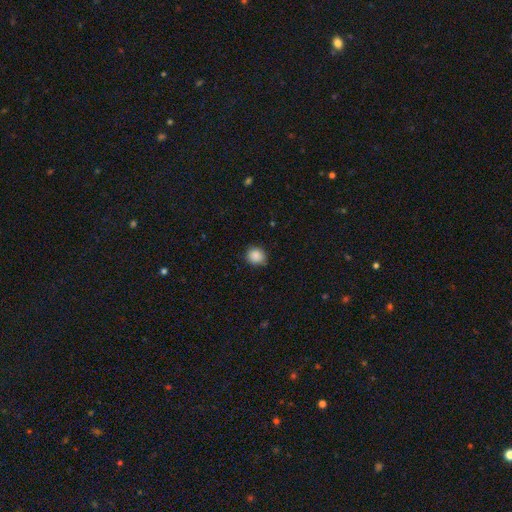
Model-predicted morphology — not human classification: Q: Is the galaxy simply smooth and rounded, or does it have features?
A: smooth — 88%.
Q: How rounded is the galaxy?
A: round — 83%.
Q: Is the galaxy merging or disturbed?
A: none — 81%.